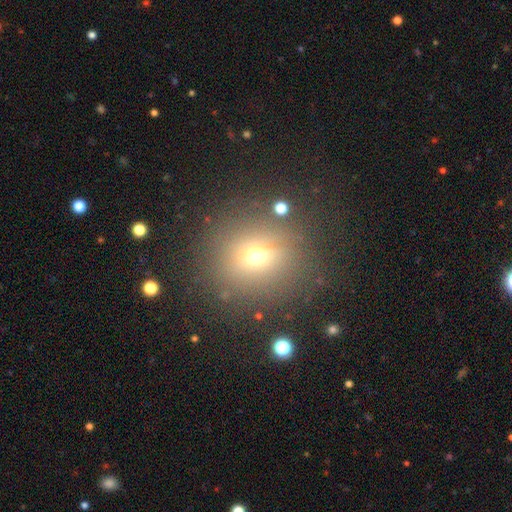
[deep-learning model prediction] smooth_or_featured: smooth (p=0.57) [alt: star or artifact p=0.25]
how_rounded: round (p=0.86) [alt: in between p=0.12]
merging: none (p=0.83) [alt: minor disturbance p=0.10]